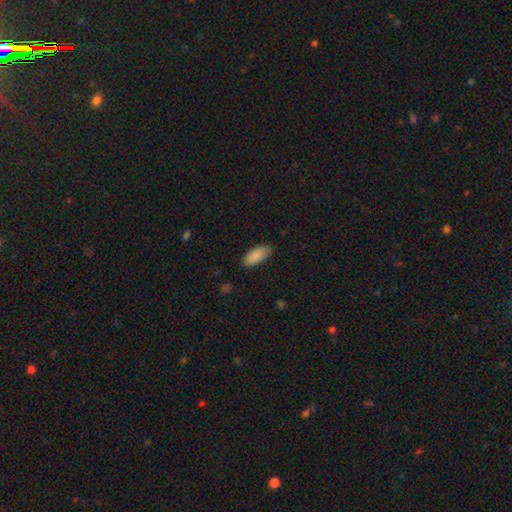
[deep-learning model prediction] This appears to be a smooth galaxy with no disk features (89%) that is in between round and cigar-shaped (87%). Merging: none (83%).